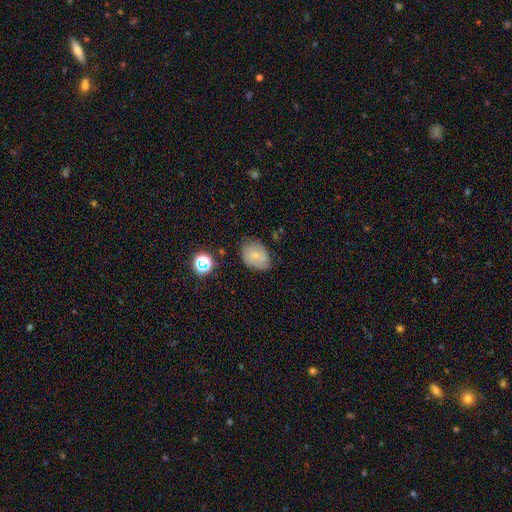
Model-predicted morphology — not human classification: Smooth or featured: smooth — 63% (featured or disk — 25%)
How rounded: in between — 67% (round — 32%)
Merging: none — 68% (minor disturbance — 24%)